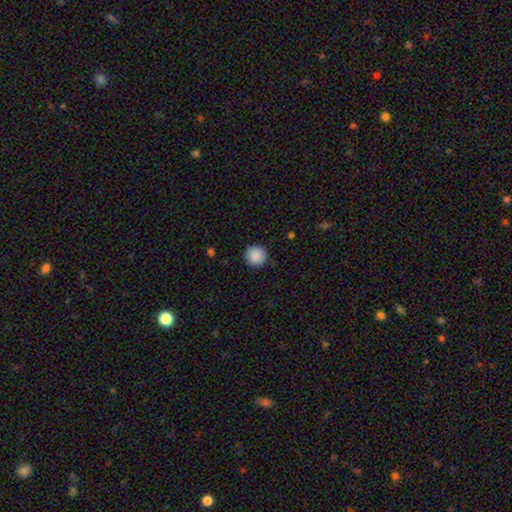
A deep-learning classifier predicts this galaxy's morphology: Smooth or featured?
  - smooth: 89% *
  - star or artifact: 8%
  - featured or disk: 2%
How rounded?
  - round: 95% *
  - in between: 4%
  - cigar-shaped: 1%
Merging?
  - none: 91% *
  - minor disturbance: 6%
  - major disturbance: 2%
  - merger: 1%